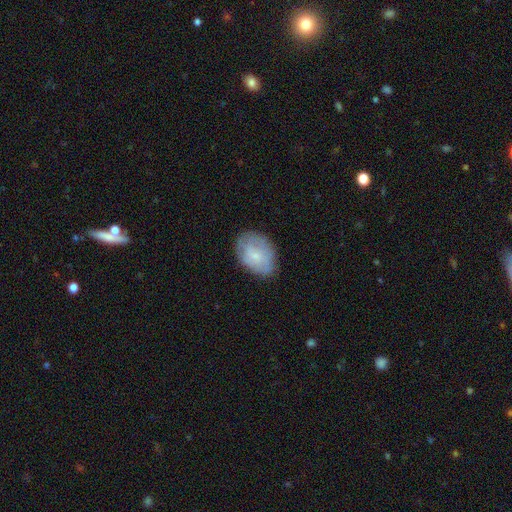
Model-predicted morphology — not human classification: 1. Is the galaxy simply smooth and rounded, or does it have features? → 62% smooth, 31% featured or disk, 7% star or artifact.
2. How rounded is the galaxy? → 77% in between, 21% round, 1% cigar-shaped.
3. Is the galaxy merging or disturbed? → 72% none, 21% minor disturbance, 6% major disturbance, 1% merger.